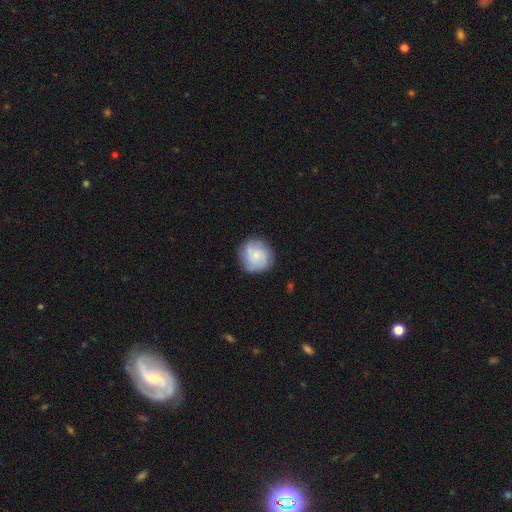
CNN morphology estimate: Smooth or featured? smooth (48%)
Merging? none (79%)